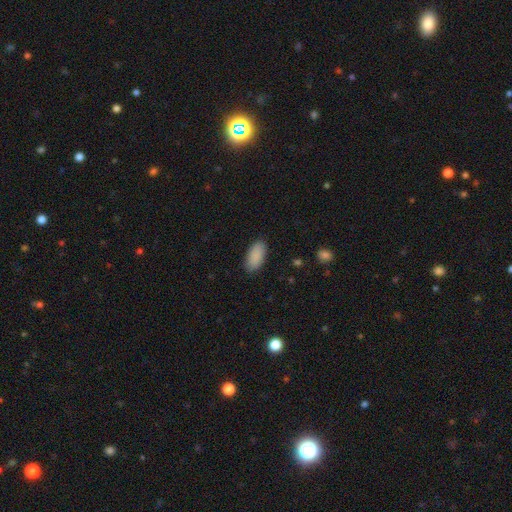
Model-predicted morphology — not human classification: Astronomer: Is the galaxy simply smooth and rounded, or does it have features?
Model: smooth — 90%.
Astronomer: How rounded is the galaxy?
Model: in between — 93%.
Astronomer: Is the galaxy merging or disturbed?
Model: none — 86%.